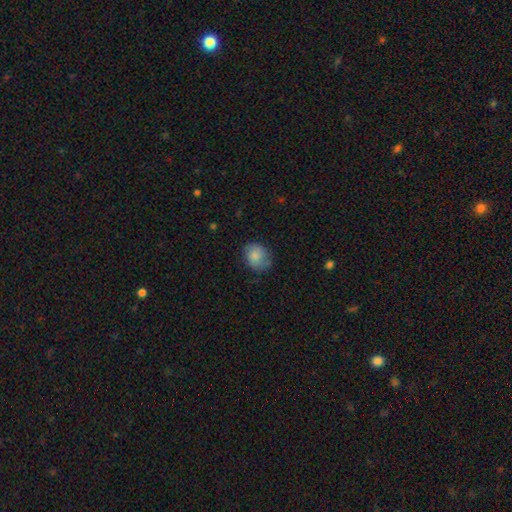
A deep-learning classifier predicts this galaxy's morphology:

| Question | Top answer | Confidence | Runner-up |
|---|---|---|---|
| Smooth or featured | smooth | 81% | featured or disk (11%) |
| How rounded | round | 61% | in between (38%) |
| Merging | none | 68% | minor disturbance (24%) |